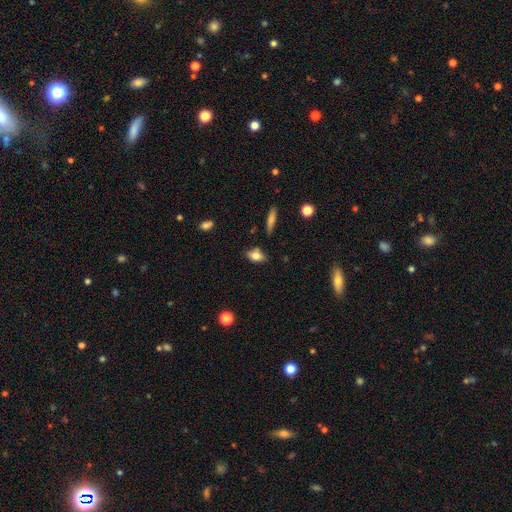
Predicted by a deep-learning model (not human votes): Overall: smooth (78%). How rounded: in between (80%). Merging: none (74%).